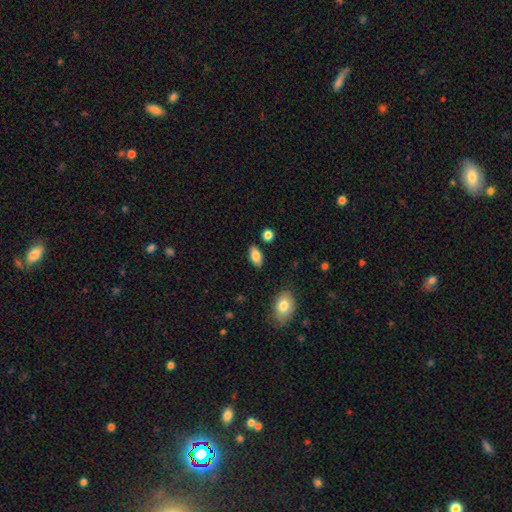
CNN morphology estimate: Smooth or featured: smooth — 84% (featured or disk — 9%)
How rounded: in between — 89% (cigar-shaped — 7%)
Merging: none — 85% (minor disturbance — 10%)